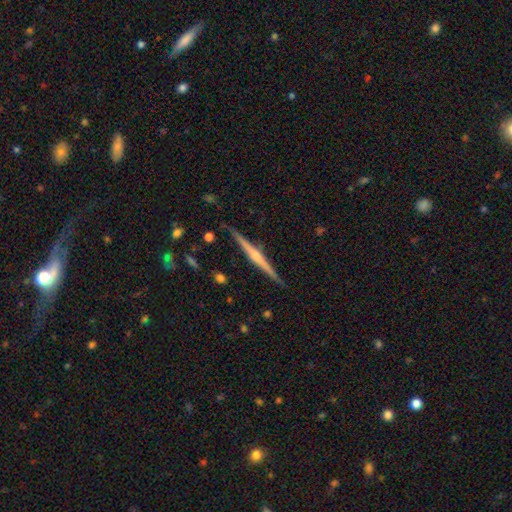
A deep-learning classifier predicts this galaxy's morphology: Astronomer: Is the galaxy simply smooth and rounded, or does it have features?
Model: featured or disk — 76%.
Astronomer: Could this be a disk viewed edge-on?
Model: yes — 98%.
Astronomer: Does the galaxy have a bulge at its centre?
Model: rounded — 70%.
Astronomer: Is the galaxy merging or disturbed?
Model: none — 90%.